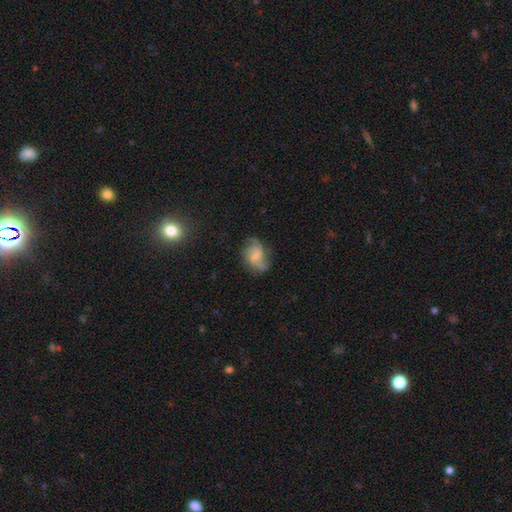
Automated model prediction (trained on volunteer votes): A featured or disk galaxy (65%) with no bar (48%), 2 (64%) medium (43%) spiral arms (90%) and a small central bulge (51%). Merging: none (60%).